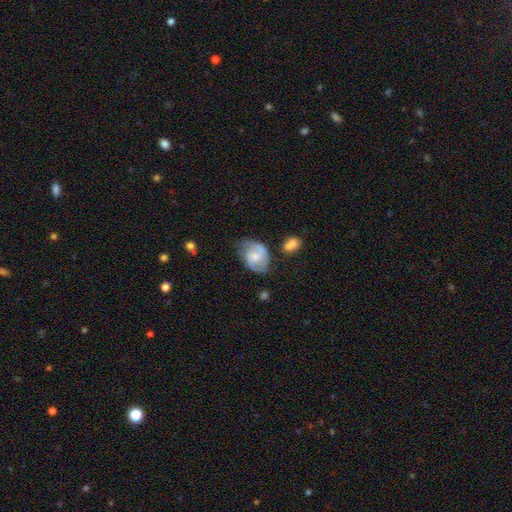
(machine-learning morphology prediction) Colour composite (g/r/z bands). It shows a featured or disk galaxy (60%) with no bar (49%), 2 (77%) medium (47%) spiral arms (86%) and a small central bulge (43%, tied with moderate). Merging: none (54%).